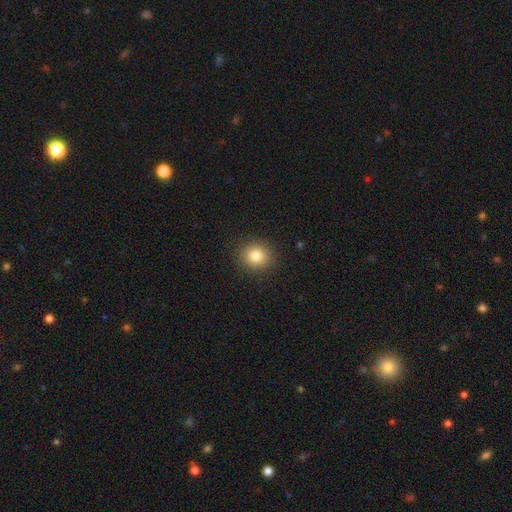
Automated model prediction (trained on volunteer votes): smooth 83%, star or artifact 11%, featured or disk 6%. Down the decision tree: how rounded — round (84%); merging — none (90%).